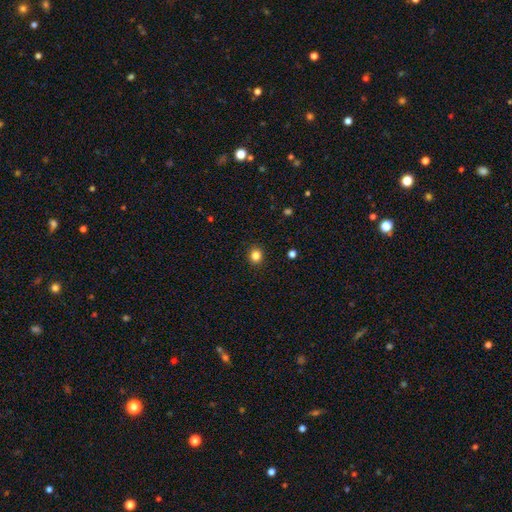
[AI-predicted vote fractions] smooth_or_featured: smooth (p=0.83) [alt: star or artifact p=0.12]
how_rounded: round (p=0.85) [alt: in between p=0.14]
merging: none (p=0.92) [alt: minor disturbance p=0.05]